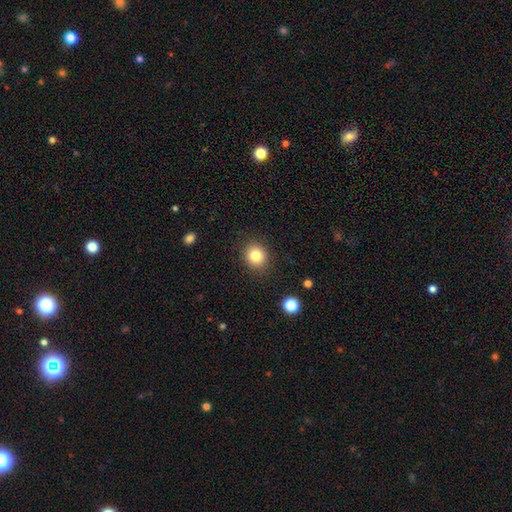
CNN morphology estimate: Smooth or featured? smooth (82%)
How rounded? round (82%)
Merging? none (89%)